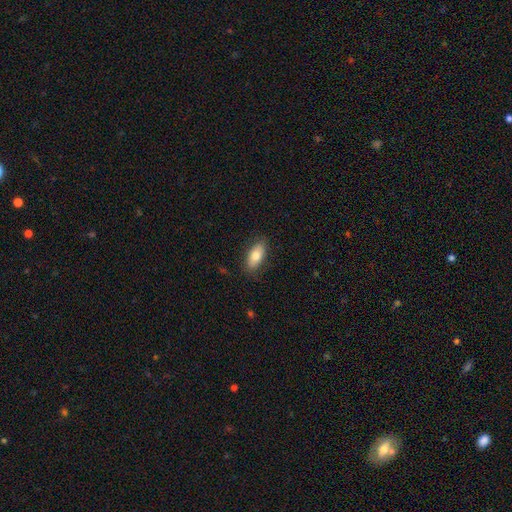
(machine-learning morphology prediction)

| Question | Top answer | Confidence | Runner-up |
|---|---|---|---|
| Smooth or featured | smooth | 77% | featured or disk (17%) |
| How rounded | in between | 85% | cigar-shaped (12%) |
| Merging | none | 85% | minor disturbance (11%) |